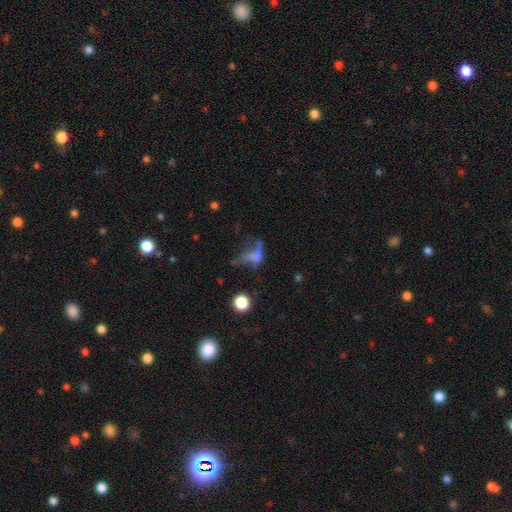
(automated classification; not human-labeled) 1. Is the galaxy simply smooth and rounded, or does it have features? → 41% smooth, 36% featured or disk, 23% star or artifact.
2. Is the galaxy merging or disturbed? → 43% major disturbance, 29% none, 14% minor disturbance, 14% merger.